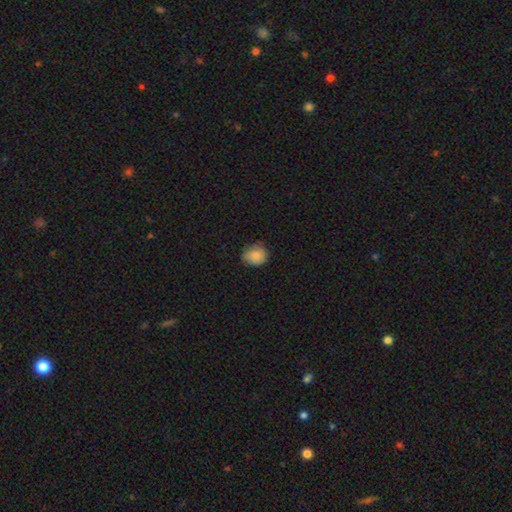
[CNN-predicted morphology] A smooth galaxy with no disk features (86%) that is round (65%). Merging: none (72%).